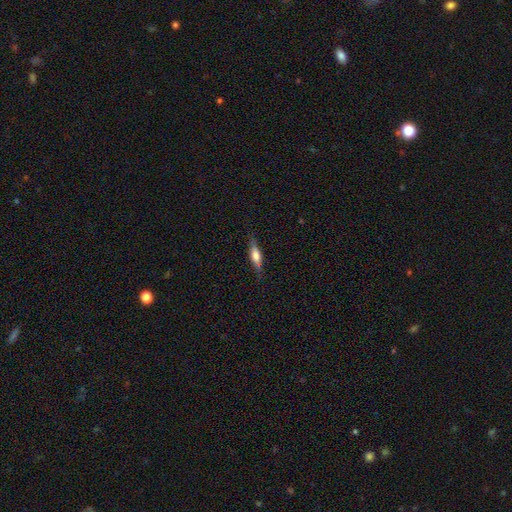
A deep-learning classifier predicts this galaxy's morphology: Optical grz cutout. It shows a featured or disk galaxy (50%). Merging: none (81%).